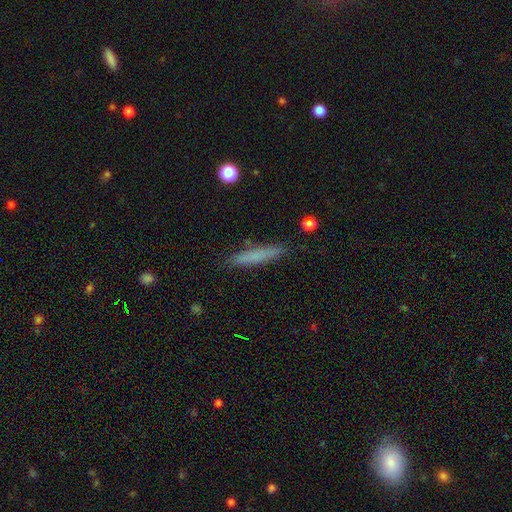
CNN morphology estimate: smooth_or_featured: smooth (p=0.74) [alt: featured or disk p=0.19]
how_rounded: cigar-shaped (p=0.93) [alt: in between p=0.05]
merging: none (p=0.87) [alt: minor disturbance p=0.09]